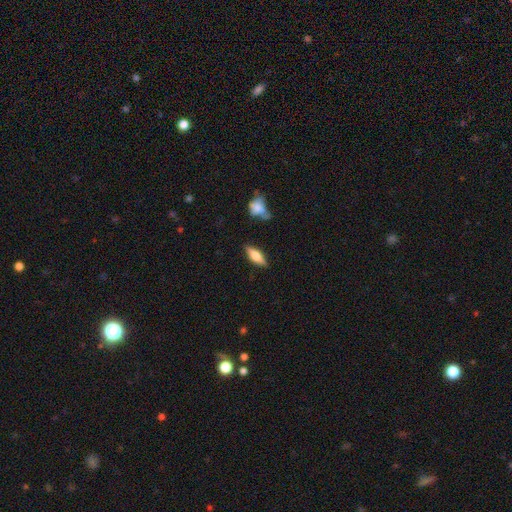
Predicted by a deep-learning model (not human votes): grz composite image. It shows a smooth galaxy with no disk features (58%) that is in between round and cigar-shaped (62%). Merging: none (83%).